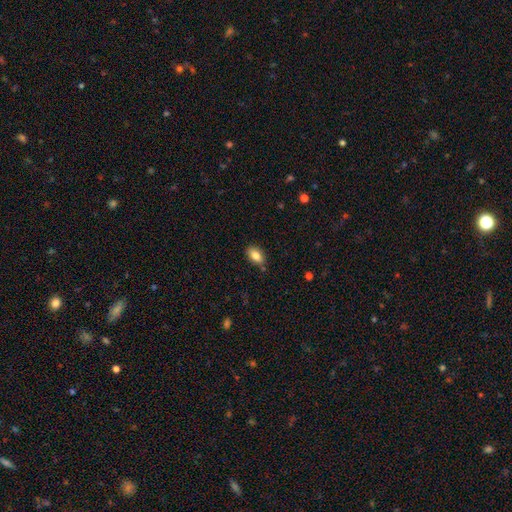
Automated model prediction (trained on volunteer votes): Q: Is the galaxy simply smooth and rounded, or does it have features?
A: smooth — 83%.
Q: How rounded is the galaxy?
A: in between — 90%.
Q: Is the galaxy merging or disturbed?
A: none — 81%.